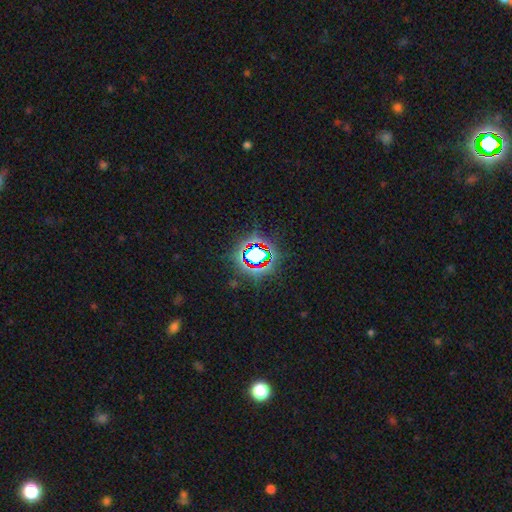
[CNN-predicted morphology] This appears to be a star or artifact, not a galaxy (72%).